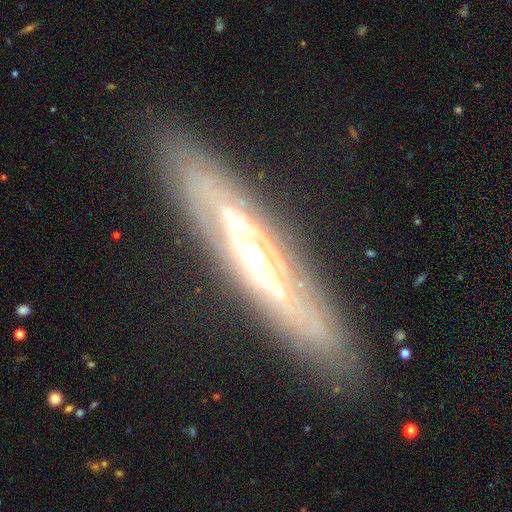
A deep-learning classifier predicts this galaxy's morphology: Overall: featured or disk (79%). Edge-on disk: yes (64%; no 36%). Edge-on bulge: rounded (78%). Merging: none (84%).